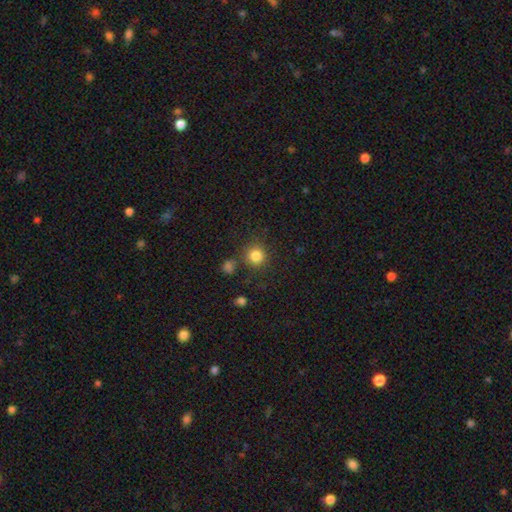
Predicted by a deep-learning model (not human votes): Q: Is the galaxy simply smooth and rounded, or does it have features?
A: smooth — 83%.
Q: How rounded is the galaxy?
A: round — 93%.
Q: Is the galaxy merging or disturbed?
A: none — 81%.